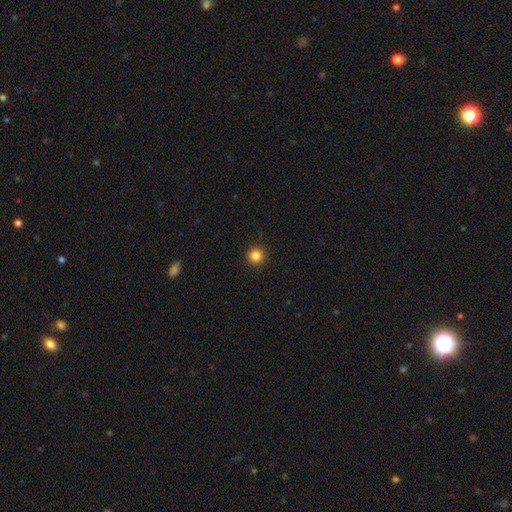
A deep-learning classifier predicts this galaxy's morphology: The model was most divided on "smooth or featured": smooth: 85%, star or artifact: 12%, featured or disk: 4%. More confident: how rounded — round (96%); merging — none (93%).